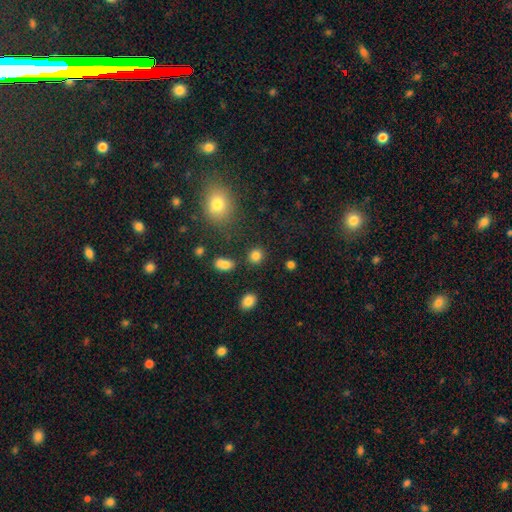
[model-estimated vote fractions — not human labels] smooth 83%, star or artifact 12%, featured or disk 5%. Down the decision tree: how rounded — round (81%); merging — none (85%).